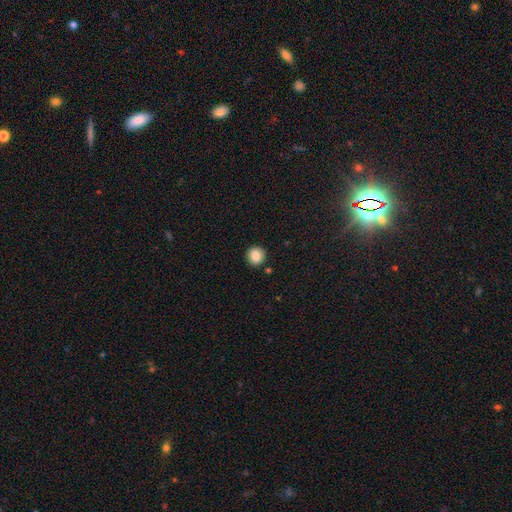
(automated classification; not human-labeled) Q: Smooth or featured?
A: smooth (86%); runner-up: star or artifact (9%)
Q: How rounded?
A: round (90%); runner-up: in between (9%)
Q: Merging?
A: none (90%); runner-up: minor disturbance (6%)